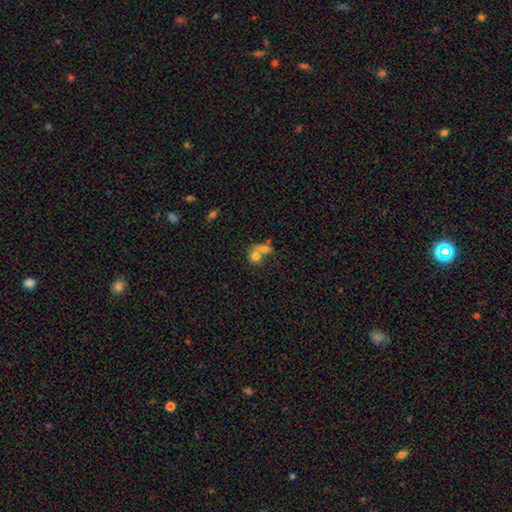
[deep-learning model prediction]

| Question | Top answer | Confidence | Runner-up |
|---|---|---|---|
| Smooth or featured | smooth | 70% | featured or disk (19%) |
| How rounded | round | 60% | in between (39%) |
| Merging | merger | 69% | none (19%) |